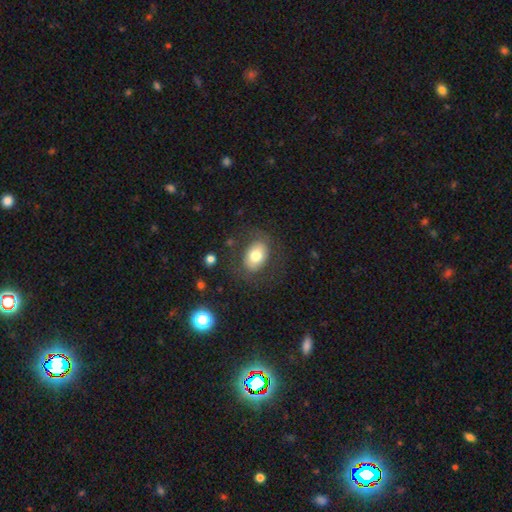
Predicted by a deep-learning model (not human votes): Overall: smooth (71%). How rounded: in between (72%). Merging: none (76%).